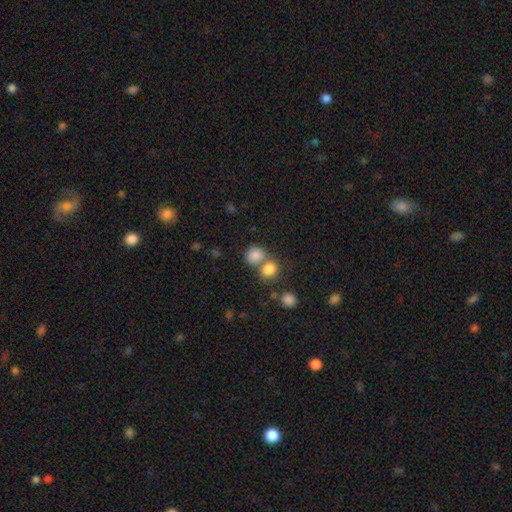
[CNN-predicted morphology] smooth 82%, star or artifact 11%, featured or disk 7%. Down the decision tree: how rounded — round (64%); merging — merger (44%, tied with none).